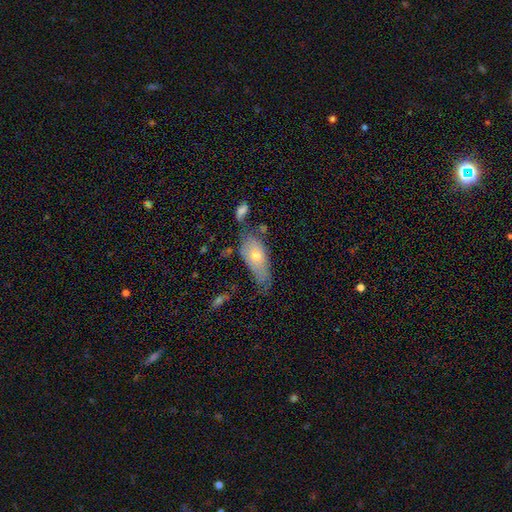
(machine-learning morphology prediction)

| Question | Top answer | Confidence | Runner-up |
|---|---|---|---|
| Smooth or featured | smooth | 61% | featured or disk (31%) |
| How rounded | in between | 78% | cigar-shaped (18%) |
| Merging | none | 40% | minor disturbance (33%) |